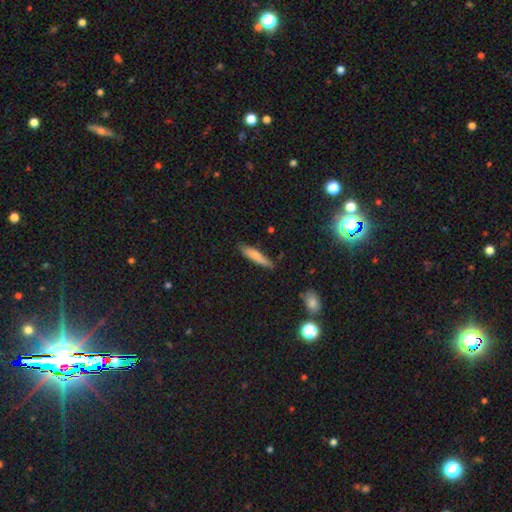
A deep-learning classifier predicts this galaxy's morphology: type=smooth (80%); roundness=cigar-shaped (81%); merging=none (75%).